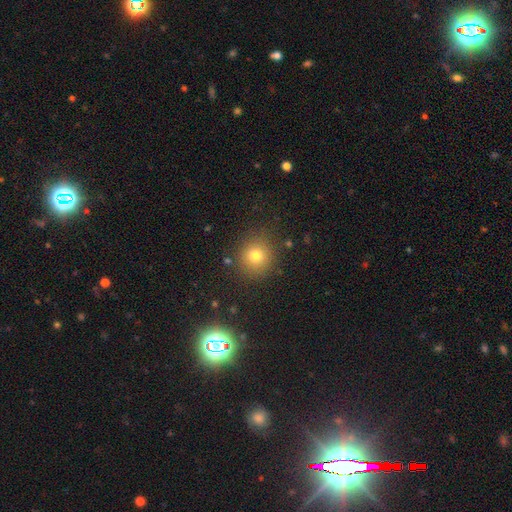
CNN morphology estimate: Smooth or featured? Predicted: smooth (p=0.76). How rounded? Predicted: round (p=0.89). Merging? Predicted: none (p=0.86).